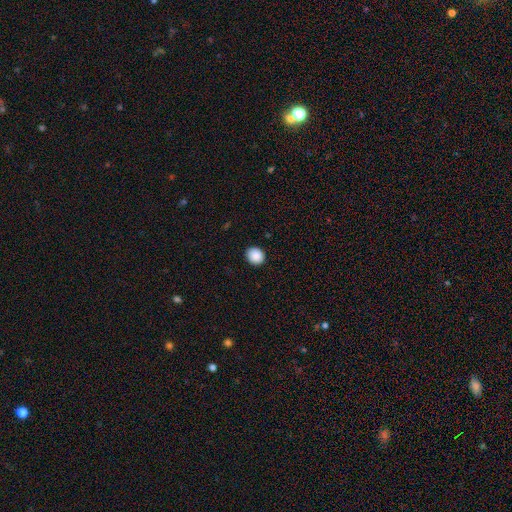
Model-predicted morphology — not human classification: Smooth or featured: smooth — 89% (star or artifact — 8%)
How rounded: round — 74% (in between — 25%)
Merging: none — 91% (minor disturbance — 6%)